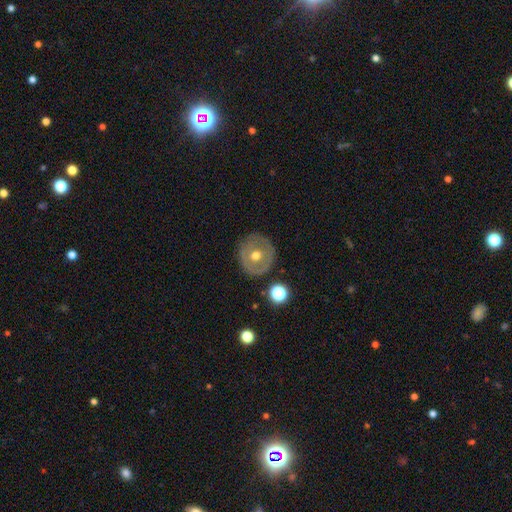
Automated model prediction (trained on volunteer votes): smooth-or-featured: featured or disk: 48% | smooth: 44% | star or artifact: 8%
  merging: none: 82% | minor disturbance: 12% | major disturbance: 4% | merger: 2%